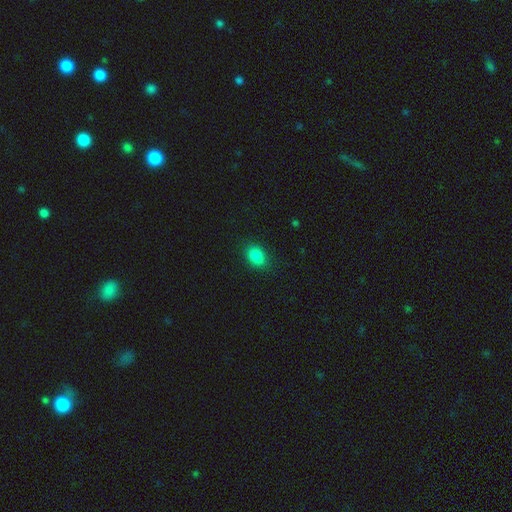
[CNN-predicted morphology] The model was most divided on "how rounded": in between: 77%, round: 21%, cigar-shaped: 2%. More confident: smooth or featured — smooth (85%); merging — none (84%).